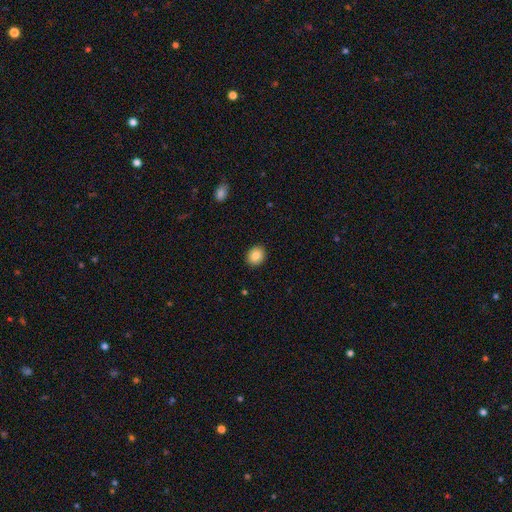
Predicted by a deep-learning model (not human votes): The model was most divided on "how rounded": round: 67%, in between: 32%, cigar-shaped: 1%. More confident: merging — none (91%); smooth or featured — smooth (86%).